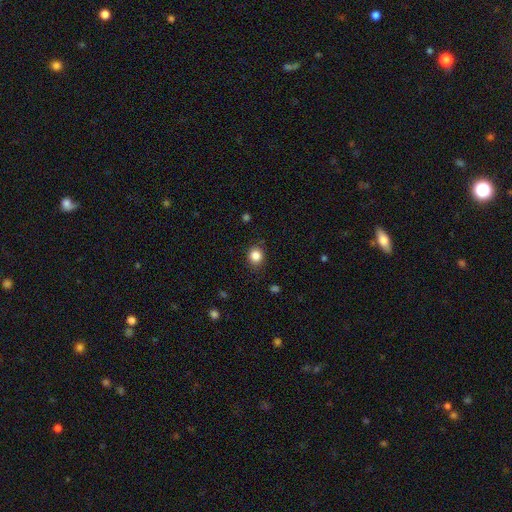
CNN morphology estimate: Smooth or featured? Predicted: smooth (p=0.85). How rounded? Predicted: round (p=0.79). Merging? Predicted: none (p=0.86).